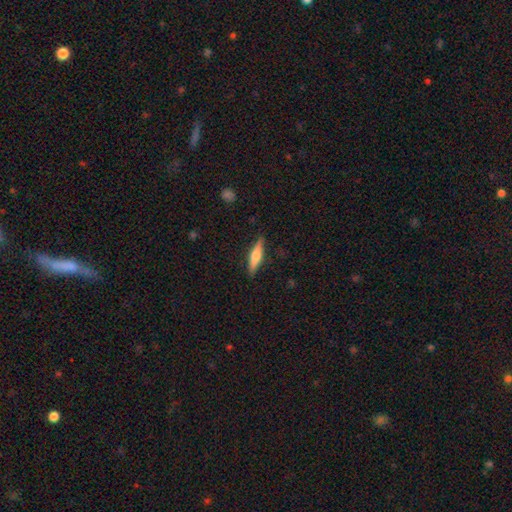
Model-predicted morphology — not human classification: type=smooth (53%); roundness=cigar-shaped (79%); merging=none (87%).